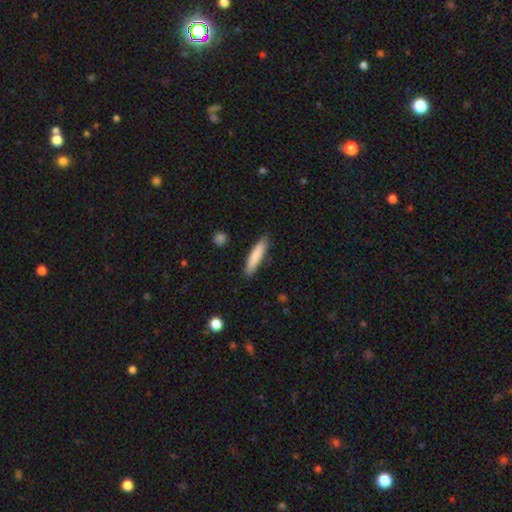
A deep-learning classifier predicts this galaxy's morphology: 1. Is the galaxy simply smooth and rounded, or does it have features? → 83% smooth, 12% featured or disk, 6% star or artifact.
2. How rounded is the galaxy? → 84% cigar-shaped, 15% in between, 1% round.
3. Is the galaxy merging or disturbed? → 89% none, 8% minor disturbance, 2% major disturbance, 1% merger.